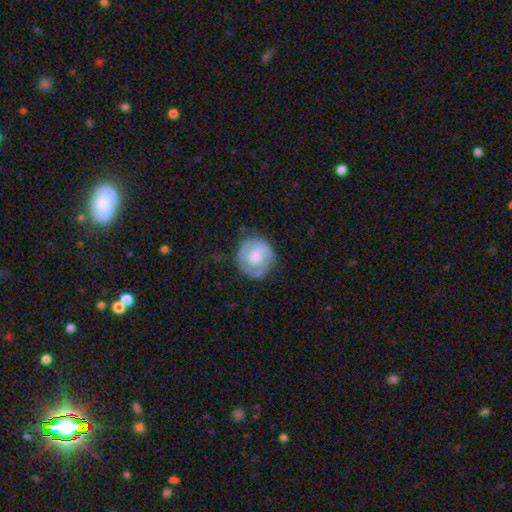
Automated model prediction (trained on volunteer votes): Overall: featured or disk (56%; smooth 38%). Edge-on disk: no (97%). Bar: no (75%). Spiral arms: yes (65%; no 35%). Bulge size: moderate (45%; small 23%). Merging: none (65%).